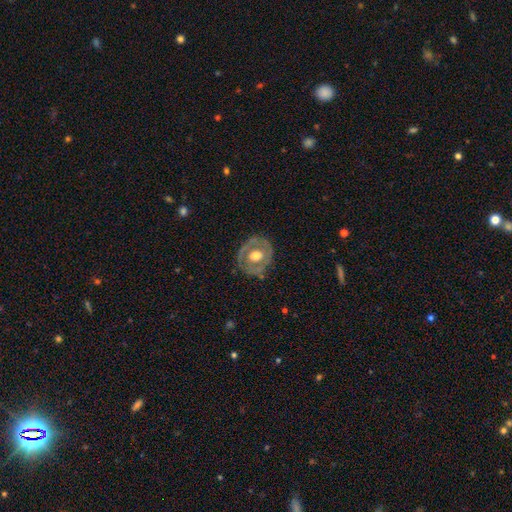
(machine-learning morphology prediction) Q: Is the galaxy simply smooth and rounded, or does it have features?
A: featured or disk — 61%.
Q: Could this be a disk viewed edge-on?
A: no — 95%.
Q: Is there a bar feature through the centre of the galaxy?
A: no — 78%.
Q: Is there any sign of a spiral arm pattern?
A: no — 70%.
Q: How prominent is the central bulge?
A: moderate — 62%.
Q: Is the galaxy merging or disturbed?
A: none — 75%.